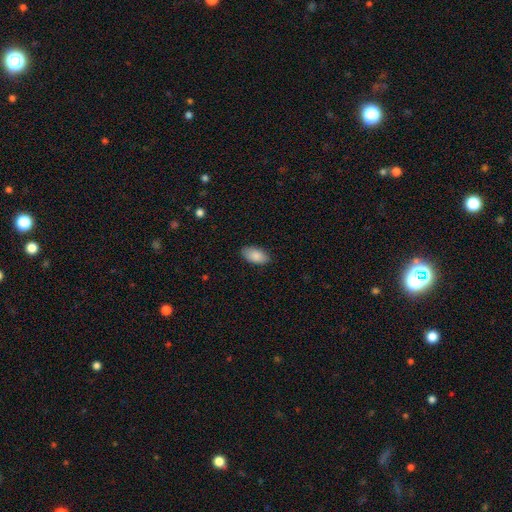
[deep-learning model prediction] Smooth or featured: smooth — 89% (star or artifact — 6%)
How rounded: in between — 95% (round — 3%)
Merging: none — 85% (minor disturbance — 11%)